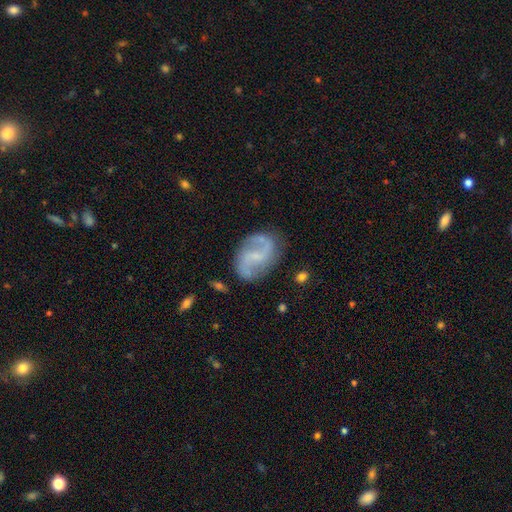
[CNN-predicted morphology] A featured or disk galaxy (84%) with a weak bar (46%), 2 (92%) loose (47%) spiral arms (95%) and a small central bulge (53%).

Vote fractions:
- Smooth or featured? featured or disk: 84% / smooth: 10% / star or artifact: 6%
- Edge-on disk? no: 98% / yes: 2%
- Bar? weak: 46% / no: 38% / strong: 16%
- Spiral arms? yes: 95% / no: 5%
- Spiral winding? loose: 47% / medium: 41% / tight: 11%
- Spiral arm count? 2: 92% / can't tell: 3% / 1: 2% / 3: 1% / 4: 1% / more than 4: 1%
- Bulge size? small: 53% / none: 29% / moderate: 15% / large: 1% / dominant: 1%
- Merging? none: 77% / minor disturbance: 15% / major disturbance: 6% / merger: 2%